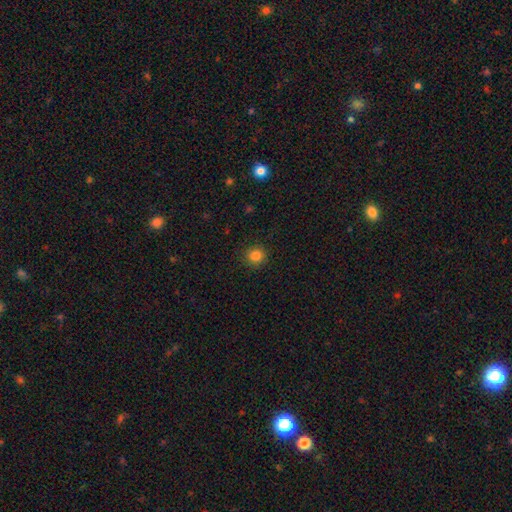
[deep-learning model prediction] Morphology: type=smooth (84%); roundness=round (91%); merging=none (90%).